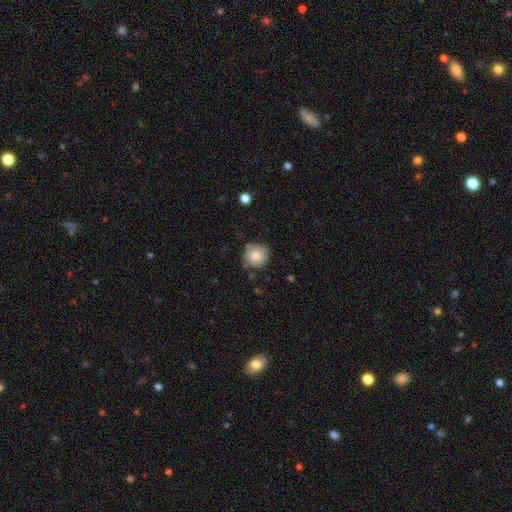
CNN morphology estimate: This is clearly a smooth galaxy (81%). How rounded: clearly round (91%). Merging: likely none (78%).